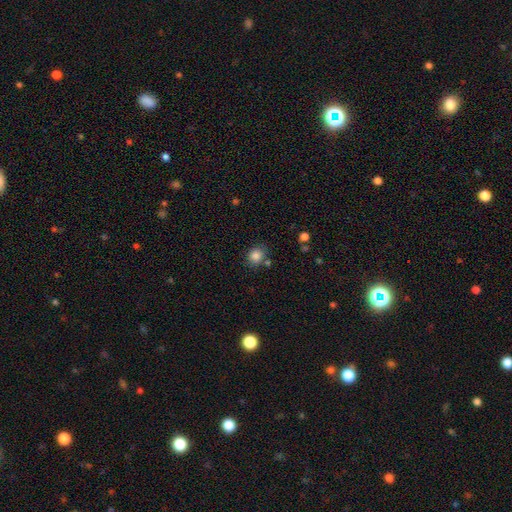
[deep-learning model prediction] This appears to be a smooth galaxy with no disk features (84%) that is round (71%). Merging: none (77%).